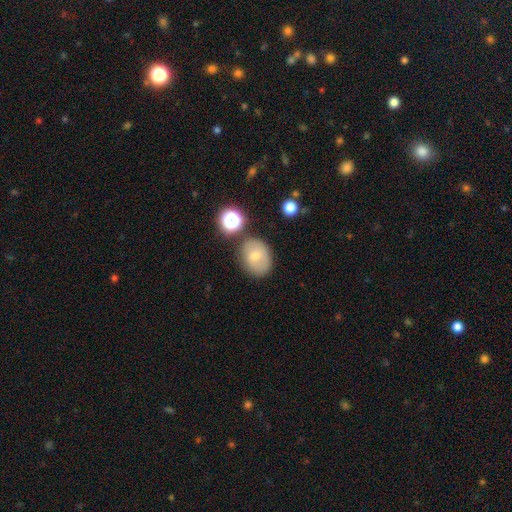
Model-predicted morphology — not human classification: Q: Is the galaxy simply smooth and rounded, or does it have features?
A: smooth — 67%.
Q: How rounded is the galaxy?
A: in between — 52%.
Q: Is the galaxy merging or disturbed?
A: none — 68%.